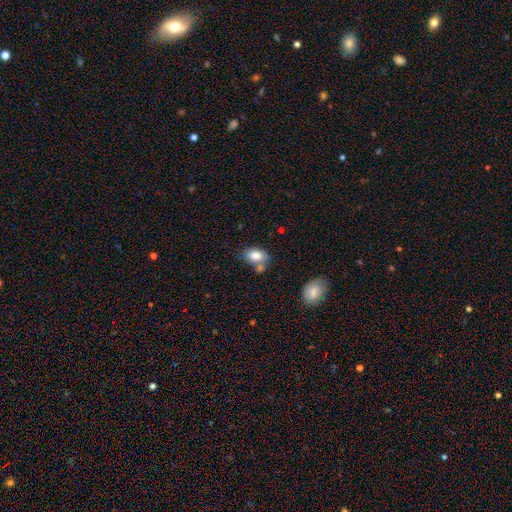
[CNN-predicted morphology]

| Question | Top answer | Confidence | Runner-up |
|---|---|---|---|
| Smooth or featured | smooth | 83% | featured or disk (10%) |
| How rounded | in between | 84% | round (14%) |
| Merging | none | 53% | merger (24%) |